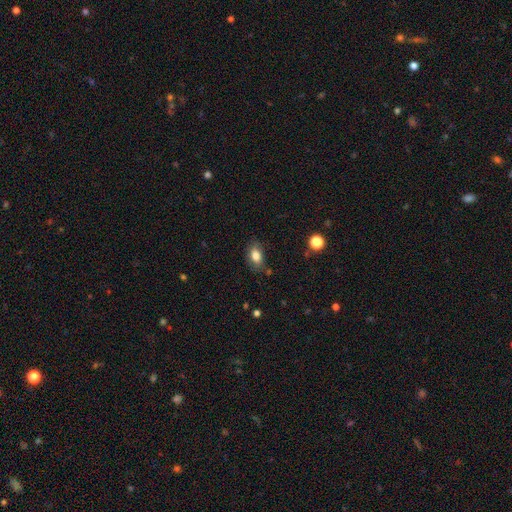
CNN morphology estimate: type=smooth (81%); roundness=in between (86%); merging=none (76%).